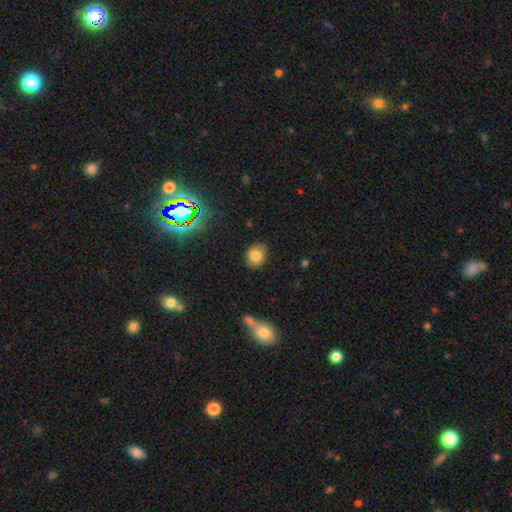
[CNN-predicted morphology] smooth 81%, star or artifact 11%, featured or disk 8%. Down the decision tree: how rounded — round (55%); merging — none (82%).